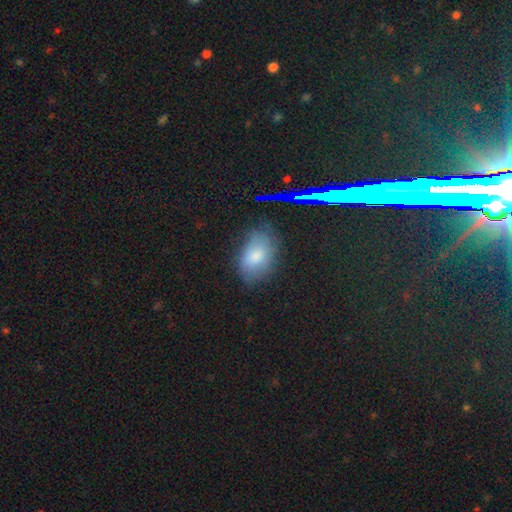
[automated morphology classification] Smooth or featured: smooth — 72% (featured or disk — 14%)
How rounded: in between — 89% (round — 9%)
Merging: none — 67% (minor disturbance — 23%)